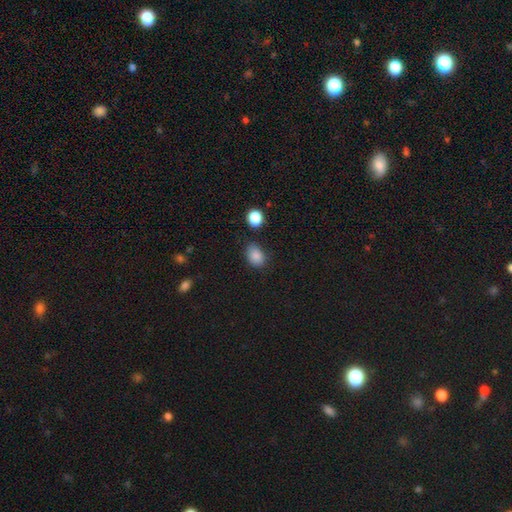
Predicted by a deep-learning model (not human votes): This is clearly a smooth galaxy (85%). How rounded: likely in between (75%). Merging: likely none (75%).